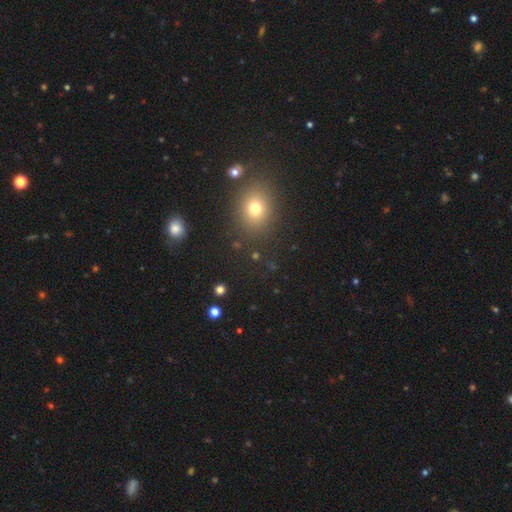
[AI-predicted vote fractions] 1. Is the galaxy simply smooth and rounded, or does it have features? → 62% smooth, 29% star or artifact, 9% featured or disk.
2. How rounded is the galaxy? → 64% round, 34% in between, 2% cigar-shaped.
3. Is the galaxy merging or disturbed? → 84% none, 9% minor disturbance, 4% merger, 4% major disturbance.